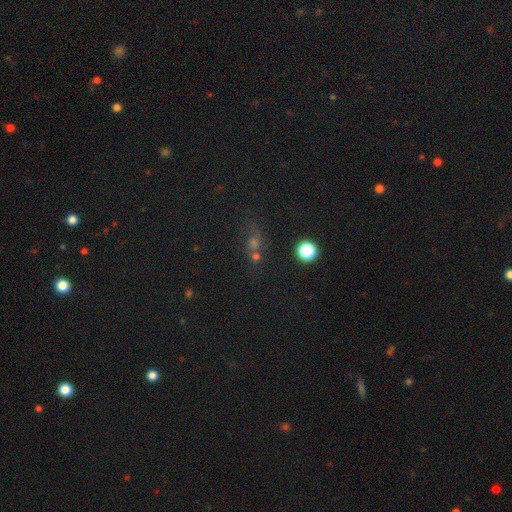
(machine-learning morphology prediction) Q: Smooth or featured?
A: smooth (49%); runner-up: star or artifact (36%)
Q: Merging?
A: none (50%); runner-up: merger (31%)